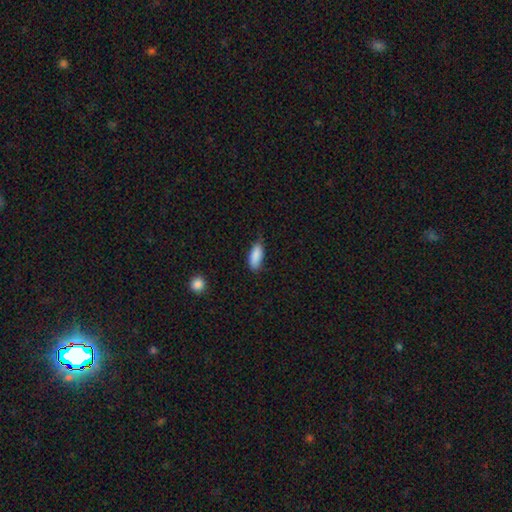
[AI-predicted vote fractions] Smooth or featured?
  - smooth: 88% *
  - star or artifact: 7%
  - featured or disk: 6%
How rounded?
  - in between: 81% *
  - cigar-shaped: 17%
  - round: 2%
Merging?
  - none: 65% *
  - minor disturbance: 28%
  - major disturbance: 5%
  - merger: 2%